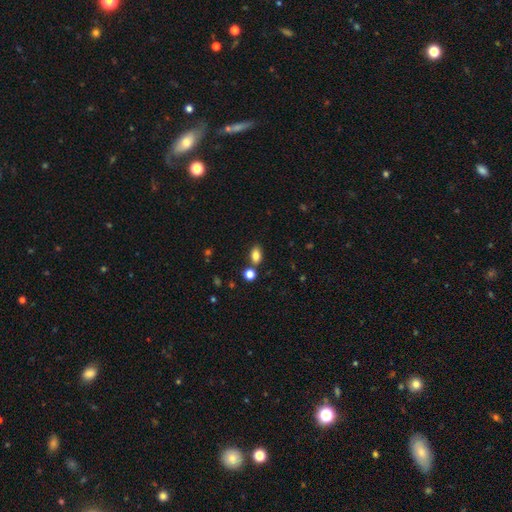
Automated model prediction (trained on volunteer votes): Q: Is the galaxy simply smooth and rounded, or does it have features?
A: smooth — 83%.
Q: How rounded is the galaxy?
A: in between — 84%.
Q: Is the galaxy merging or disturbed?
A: none — 71%.